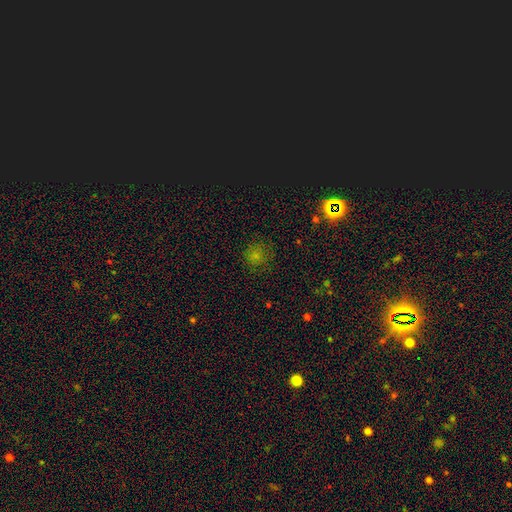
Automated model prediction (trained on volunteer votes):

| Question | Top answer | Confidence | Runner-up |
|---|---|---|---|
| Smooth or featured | smooth | 74% | star or artifact (20%) |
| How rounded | round | 88% | in between (11%) |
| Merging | none | 80% | minor disturbance (13%) |